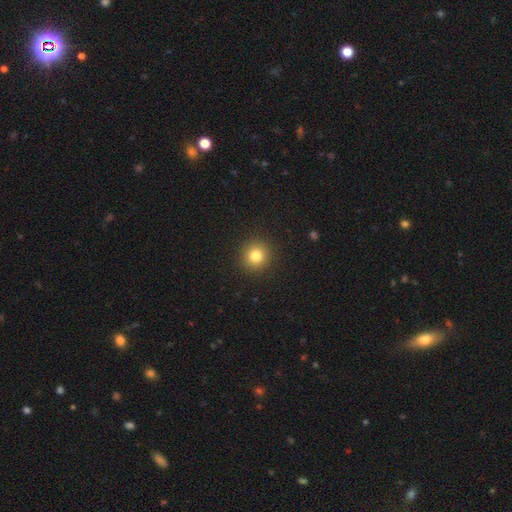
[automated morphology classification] Smooth or featured? smooth (81%)
How rounded? round (92%)
Merging? none (92%)